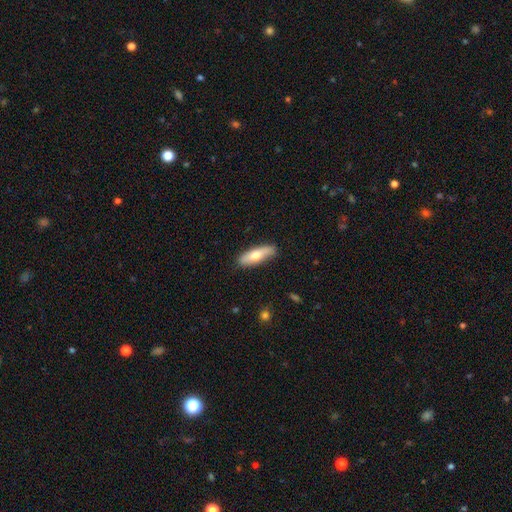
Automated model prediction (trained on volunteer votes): smooth-or-featured: smooth: 64% | featured or disk: 31% | star or artifact: 5%
  how-rounded: cigar-shaped: 50% | in between: 48% | round: 2%
  merging: none: 83% | minor disturbance: 13% | major disturbance: 2% | merger: 1%